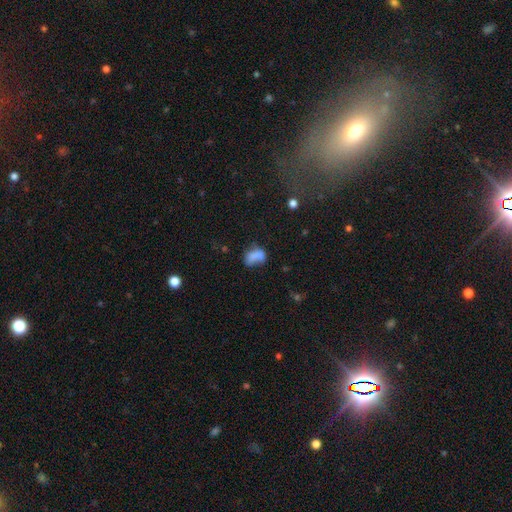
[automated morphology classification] The model was most divided on "merging" (2-way tie): merger: 30%, none: 30%, minor disturbance: 22%, major disturbance: 18%. More confident: how rounded — in between (78%); smooth or featured — smooth (69%).